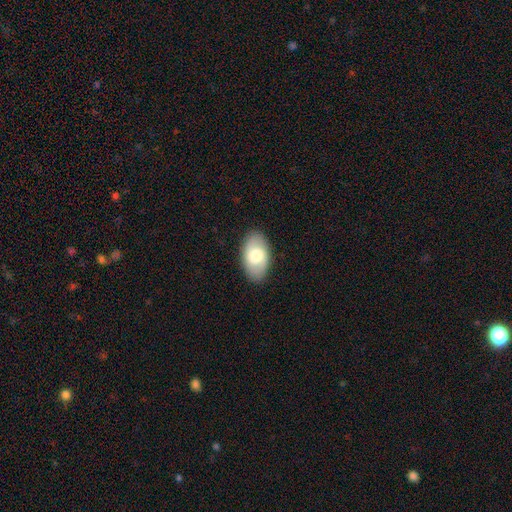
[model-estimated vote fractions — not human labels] The model was most divided on "smooth or featured": smooth: 66%, featured or disk: 28%, star or artifact: 6%. More confident: how rounded — in between (94%); merging — none (87%).